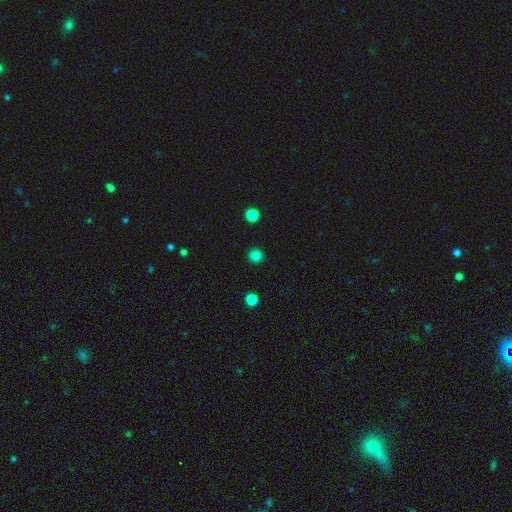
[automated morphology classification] A smooth galaxy with no disk features (83%) that is round (94%).

Vote fractions:
- Smooth or featured? smooth: 83% / star or artifact: 13% / featured or disk: 4%
- How rounded? round: 94% / in between: 5% / cigar-shaped: 1%
- Merging? none: 93% / minor disturbance: 5% / major disturbance: 2% / merger: 1%